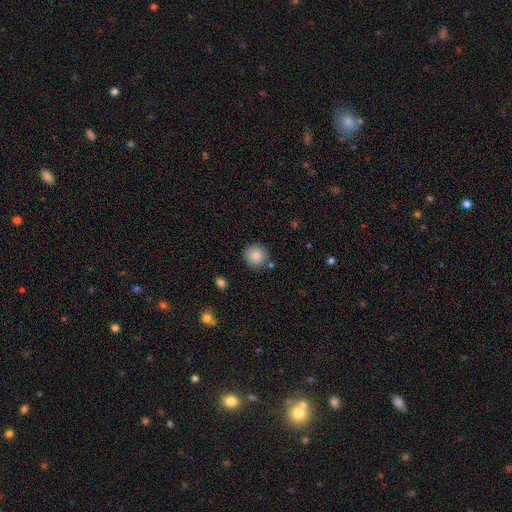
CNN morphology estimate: smooth_or_featured: smooth (p=0.87) [alt: star or artifact p=0.08]
how_rounded: round (p=0.92) [alt: in between p=0.07]
merging: none (p=0.83) [alt: minor disturbance p=0.10]